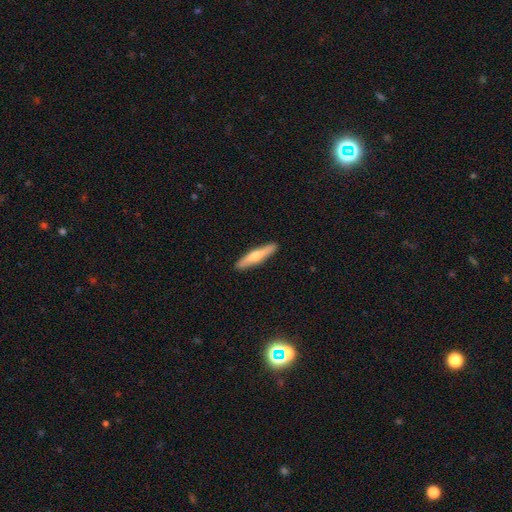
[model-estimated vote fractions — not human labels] Smooth or featured? smooth (59%)
How rounded? cigar-shaped (88%)
Merging? none (91%)